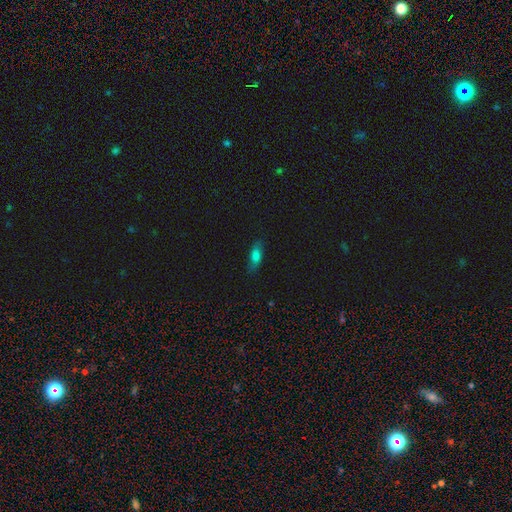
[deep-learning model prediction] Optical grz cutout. It shows a smooth galaxy with no disk features (68%) that is in between round and cigar-shaped (67%). Merging: none (80%).